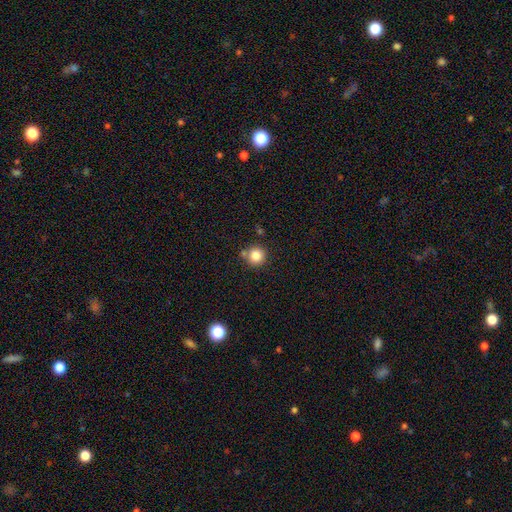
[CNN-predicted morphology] smooth 83%, star or artifact 11%, featured or disk 6%. Down the decision tree: how rounded — round (94%); merging — none (76%).